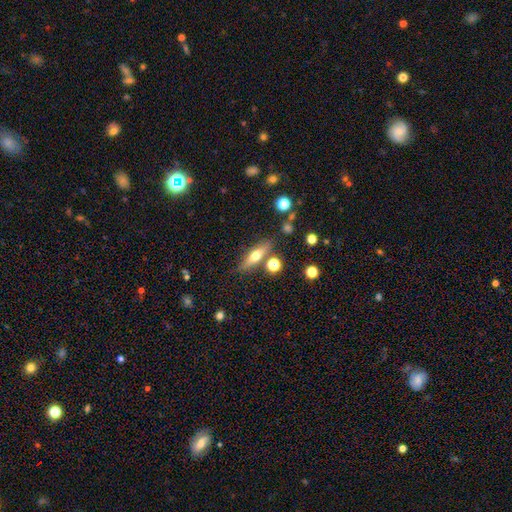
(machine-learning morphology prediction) The model was most divided on "smooth or featured": smooth: 53%, featured or disk: 39%, star or artifact: 8%. More confident: merging — none (78%); how rounded — cigar-shaped (58%).